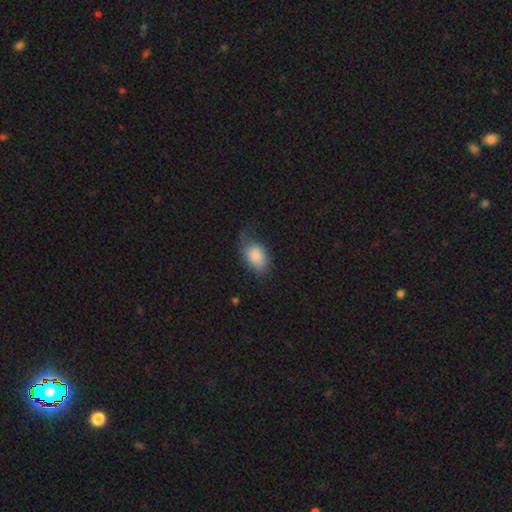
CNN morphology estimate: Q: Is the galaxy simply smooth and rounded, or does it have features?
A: smooth — 83%.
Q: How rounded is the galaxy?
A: in between — 87%.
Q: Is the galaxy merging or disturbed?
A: none — 45%.